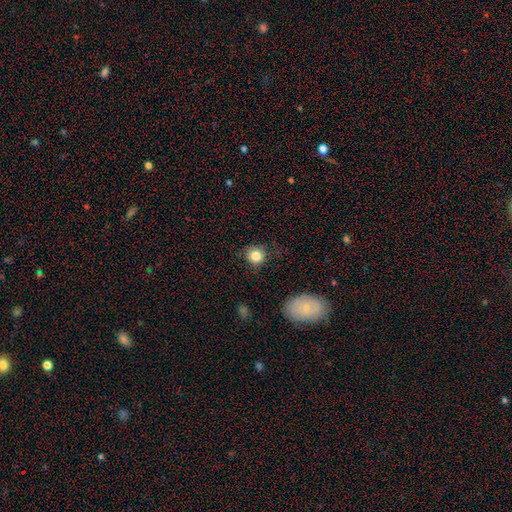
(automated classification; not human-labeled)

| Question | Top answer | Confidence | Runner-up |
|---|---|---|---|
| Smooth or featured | smooth | 83% | star or artifact (10%) |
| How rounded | round | 88% | in between (11%) |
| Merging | none | 82% | minor disturbance (13%) |